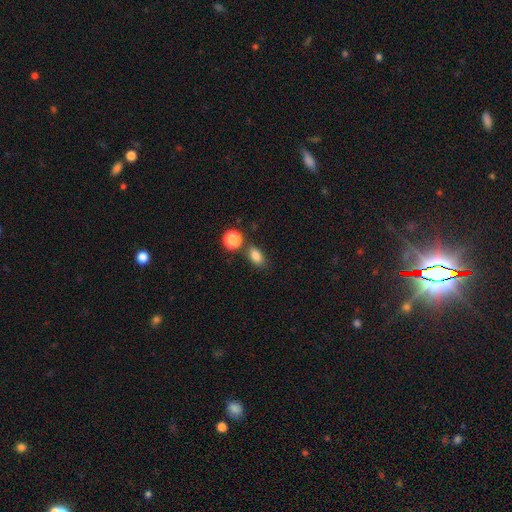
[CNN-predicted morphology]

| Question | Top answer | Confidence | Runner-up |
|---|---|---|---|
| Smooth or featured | smooth | 82% | star or artifact (11%) |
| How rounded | in between | 79% | round (17%) |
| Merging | none | 71% | minor disturbance (13%) |